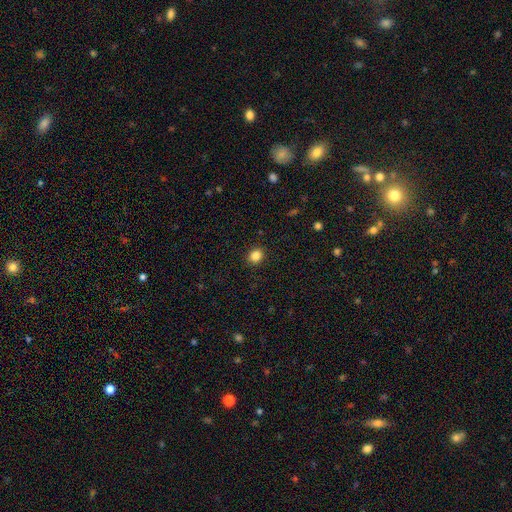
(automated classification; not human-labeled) smooth_or_featured: smooth (p=0.85) [alt: star or artifact p=0.11]
how_rounded: round (p=0.74) [alt: in between p=0.25]
merging: none (p=0.91) [alt: minor disturbance p=0.06]